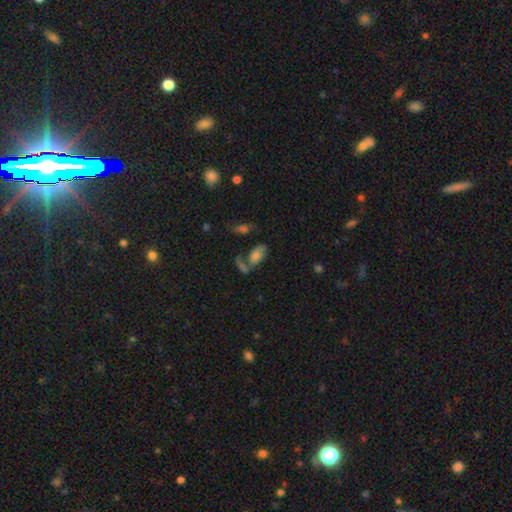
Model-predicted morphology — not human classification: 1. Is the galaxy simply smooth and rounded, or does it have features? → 71% smooth, 18% featured or disk, 11% star or artifact.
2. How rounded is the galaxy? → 89% in between, 6% cigar-shaped, 5% round.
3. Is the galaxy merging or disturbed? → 46% none, 32% merger, 14% minor disturbance, 8% major disturbance.